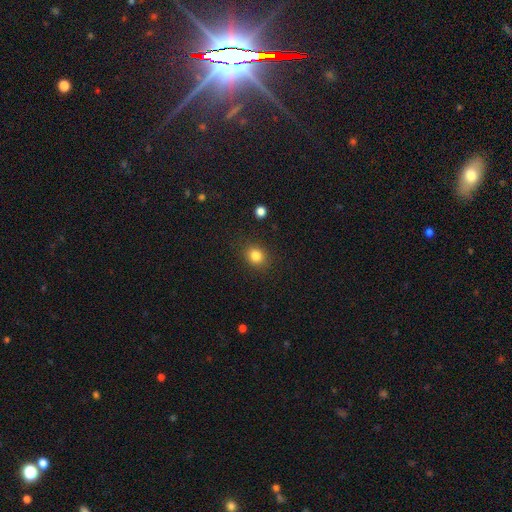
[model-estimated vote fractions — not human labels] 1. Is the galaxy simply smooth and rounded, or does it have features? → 83% smooth, 11% star or artifact, 5% featured or disk.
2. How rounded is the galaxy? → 69% round, 30% in between, 1% cigar-shaped.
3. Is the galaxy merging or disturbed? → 87% none, 8% minor disturbance, 3% major disturbance, 2% merger.